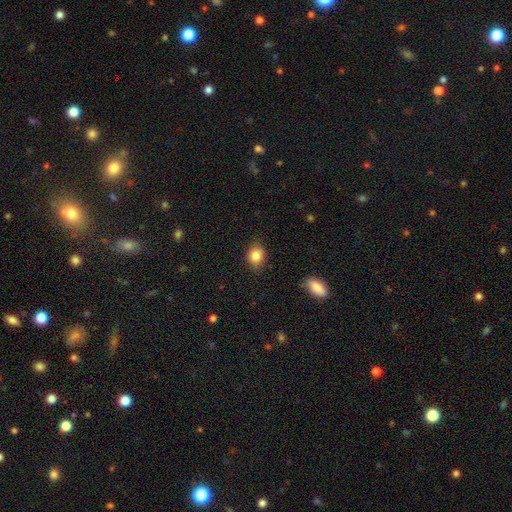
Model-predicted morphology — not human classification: Smooth or featured? smooth (85%)
How rounded? round (50%)
Merging? none (81%)